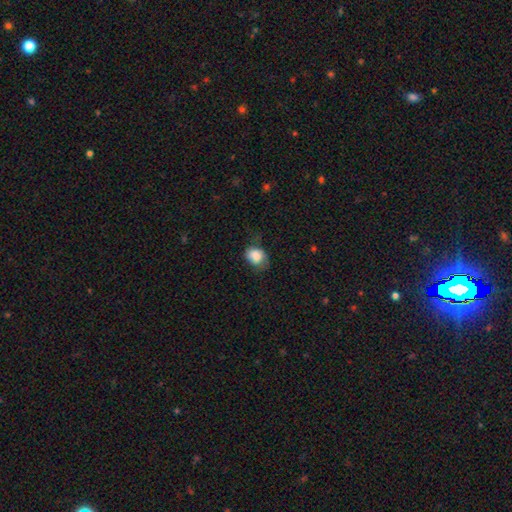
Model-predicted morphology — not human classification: smooth-or-featured: smooth: 82% | featured or disk: 10% | star or artifact: 8%
  how-rounded: in between: 61% | round: 38% | cigar-shaped: 1%
  merging: none: 44% | minor disturbance: 35% | major disturbance: 19% | merger: 2%